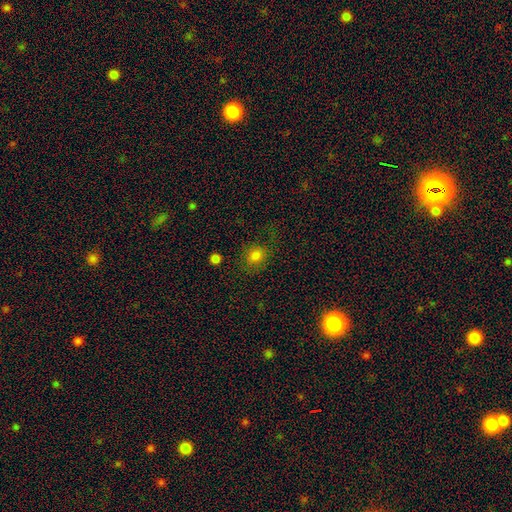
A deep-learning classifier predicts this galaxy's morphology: Smooth or featured? Predicted: smooth (p=0.80). How rounded? Predicted: round (p=0.73). Merging? Predicted: none (p=0.76).